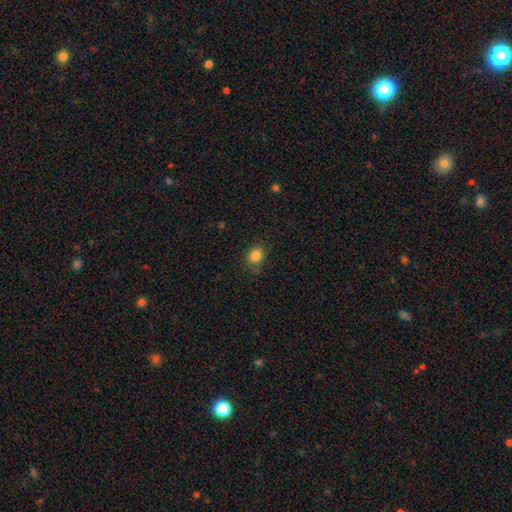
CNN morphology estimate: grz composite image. It shows a smooth galaxy with no disk features (84%) that is round (70%). Merging: none (79%).